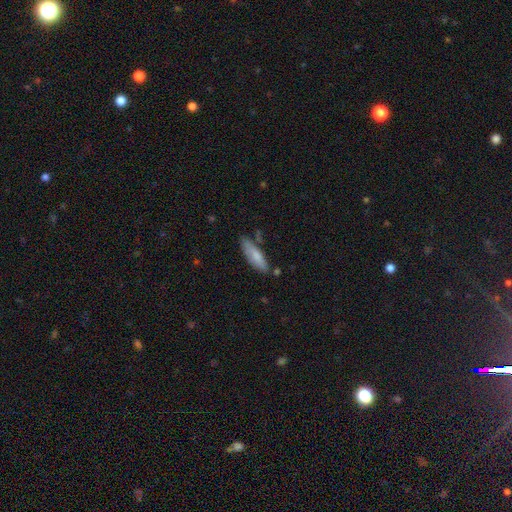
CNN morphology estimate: A smooth galaxy with no disk features (78%) that is cigar-shaped (57%).

Vote fractions:
- Smooth or featured? smooth: 78% / featured or disk: 16% / star or artifact: 6%
- How rounded? cigar-shaped: 57% / in between: 42% / round: 2%
- Merging? none: 70% / minor disturbance: 20% / merger: 6% / major disturbance: 4%